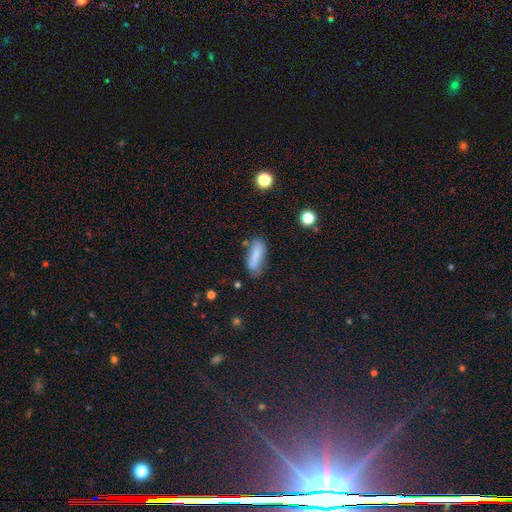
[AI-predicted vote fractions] A smooth galaxy with no disk features (81%) that is in between round and cigar-shaped (61%).

Vote fractions:
- Smooth or featured? smooth: 81% / featured or disk: 11% / star or artifact: 8%
- How rounded? in between: 61% / cigar-shaped: 37% / round: 2%
- Merging? none: 63% / minor disturbance: 24% / major disturbance: 7% / merger: 6%